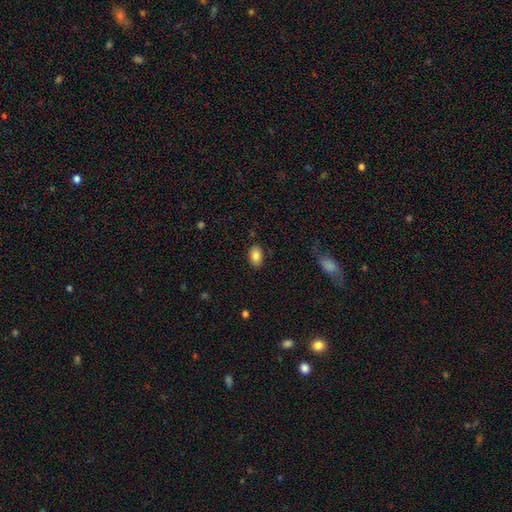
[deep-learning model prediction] Overall: smooth (86%). How rounded: in between (89%). Merging: none (86%).